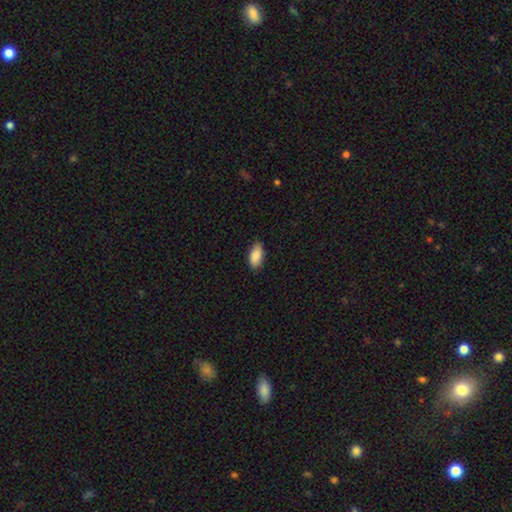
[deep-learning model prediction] The model was most divided on "merging": none: 82%, minor disturbance: 15%, major disturbance: 2%, merger: 1%. More confident: how rounded — in between (92%); smooth or featured — smooth (89%).